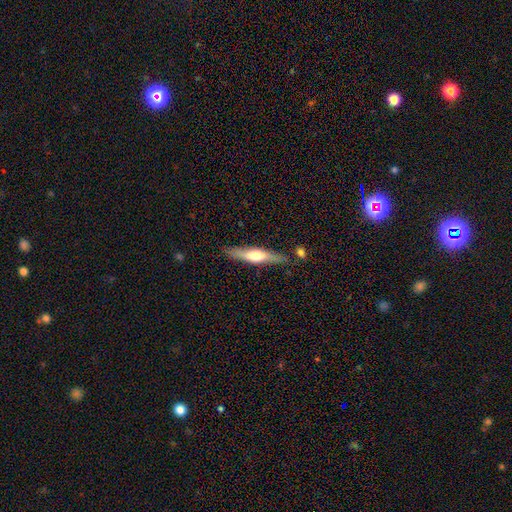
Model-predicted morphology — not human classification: smooth-or-featured: featured or disk: 56% | smooth: 39% | star or artifact: 5%
  disk-edge-on: yes: 92% | no: 8%
    edge-on-bulge: rounded: 88% | boxy: 7% | none: 5%
  merging: none: 82% | minor disturbance: 12% | merger: 4% | major disturbance: 3%